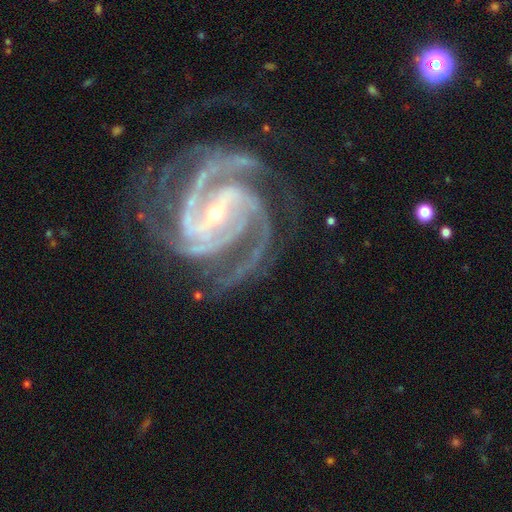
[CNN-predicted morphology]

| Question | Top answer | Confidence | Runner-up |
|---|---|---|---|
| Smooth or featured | featured or disk | 94% | star or artifact (5%) |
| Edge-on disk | no | 98% | yes (2%) |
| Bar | strong | 59% | weak (28%) |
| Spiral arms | yes | 99% | no (1%) |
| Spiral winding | tight | 52% | medium (43%) |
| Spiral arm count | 3 | 40% | 4 (24%) |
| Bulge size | small | 72% | moderate (24%) |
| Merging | none | 69% | minor disturbance (16%) |